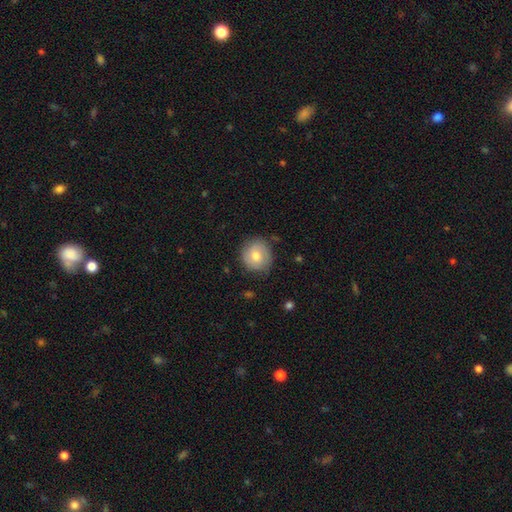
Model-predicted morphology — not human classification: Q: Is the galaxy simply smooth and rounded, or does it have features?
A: smooth — 67%.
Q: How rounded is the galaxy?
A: round — 87%.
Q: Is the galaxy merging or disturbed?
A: none — 78%.